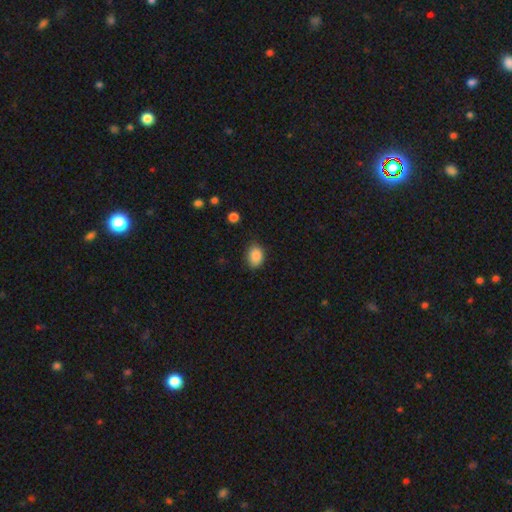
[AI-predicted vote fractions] Q: Smooth or featured?
A: smooth (88%); runner-up: star or artifact (9%)
Q: How rounded?
A: in between (72%); runner-up: round (27%)
Q: Merging?
A: none (81%); runner-up: minor disturbance (15%)